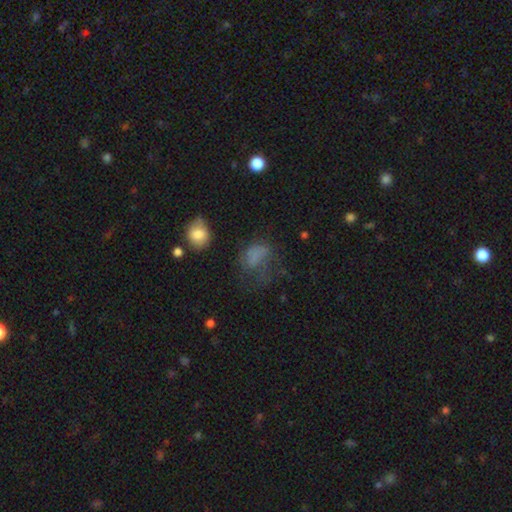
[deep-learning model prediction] Smooth or featured?
  - smooth: 64% *
  - featured or disk: 18%
  - star or artifact: 17%
How rounded?
  - in between: 65% *
  - round: 33%
  - cigar-shaped: 2%
Merging?
  - major disturbance: 42% *
  - none: 32%
  - minor disturbance: 22%
  - merger: 5%